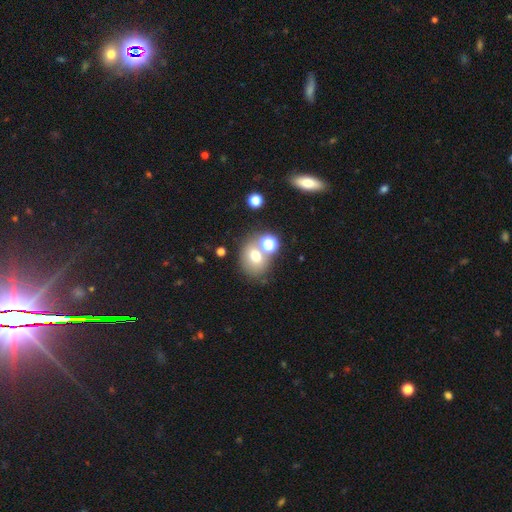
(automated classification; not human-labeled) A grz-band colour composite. It shows a smooth galaxy with no disk features (67%) that is round (55%). Merging: none (53%).